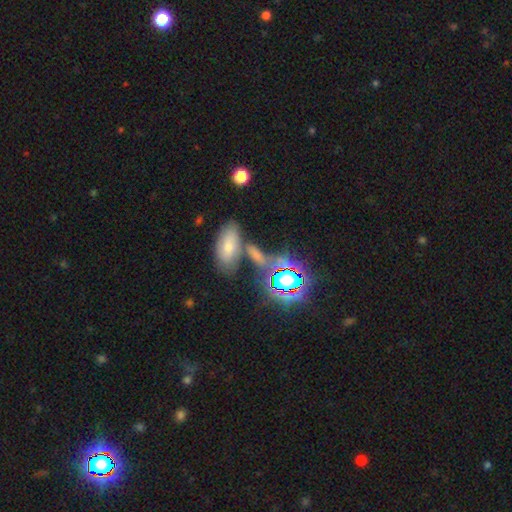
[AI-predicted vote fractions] smooth 42%, star or artifact 40%, featured or disk 18%. Down the decision tree: merging — none (60%).